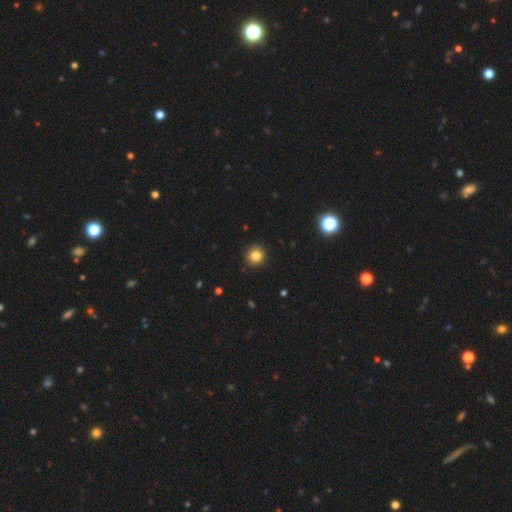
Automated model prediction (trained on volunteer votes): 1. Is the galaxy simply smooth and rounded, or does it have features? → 84% smooth, 11% star or artifact, 4% featured or disk.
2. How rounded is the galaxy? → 93% round, 6% in between, 1% cigar-shaped.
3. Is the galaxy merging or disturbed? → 92% none, 5% minor disturbance, 2% major disturbance, 1% merger.